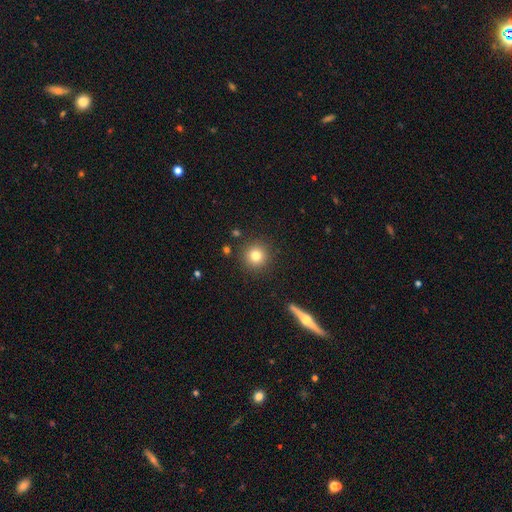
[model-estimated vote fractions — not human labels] Q: Smooth or featured?
A: smooth (79%); runner-up: star or artifact (12%)
Q: How rounded?
A: round (94%); runner-up: in between (5%)
Q: Merging?
A: none (89%); runner-up: minor disturbance (6%)